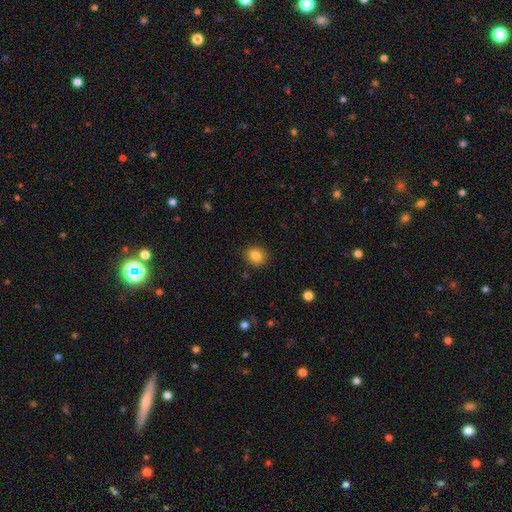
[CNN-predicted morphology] smooth-or-featured: smooth: 84% | star or artifact: 10% | featured or disk: 6%
  how-rounded: round: 66% | in between: 33% | cigar-shaped: 1%
  merging: none: 88% | minor disturbance: 8% | major disturbance: 2% | merger: 1%